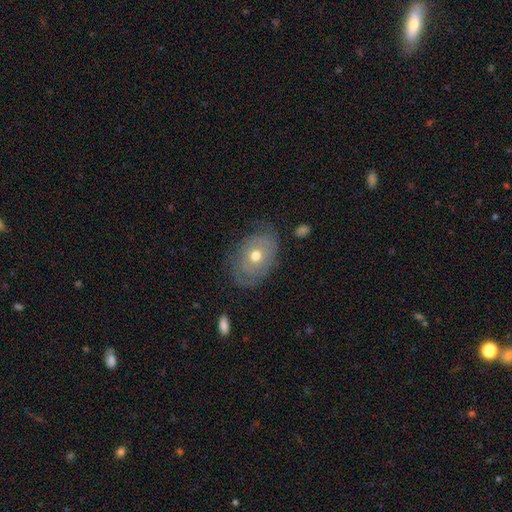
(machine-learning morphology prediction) Smooth or featured?
  - featured or disk: 53% *
  - smooth: 38%
  - star or artifact: 8%
Edge-on disk?
  - no: 94% *
  - yes: 6%
Bar?
  - no: 88% *
  - weak: 10%
  - strong: 2%
Spiral arms?
  - yes: 54% *
  - no: 46%
Bulge size?
  - moderate: 75% *
  - small: 19%
  - large: 4%
  - dominant: 1%
  - none: 1%
Merging?
  - none: 65% *
  - minor disturbance: 23%
  - major disturbance: 11%
  - merger: 2%